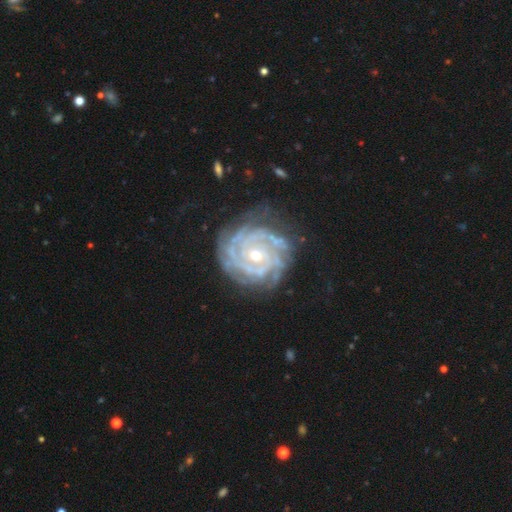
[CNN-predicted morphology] Smooth or featured? featured or disk (91%)
Edge-on disk? no (97%)
Bar? no (72%)
Spiral arms? yes (98%)
Spiral winding? tight (81%)
Spiral arm count? 4 (23%, tied with can't tell)
Bulge size? small (59%)
Merging? none (72%)